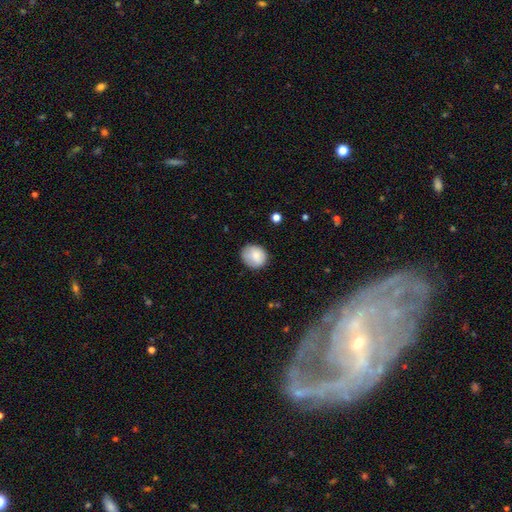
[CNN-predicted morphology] Smooth or featured: smooth — 83% (featured or disk — 9%)
How rounded: round — 72% (in between — 27%)
Merging: none — 77% (minor disturbance — 18%)